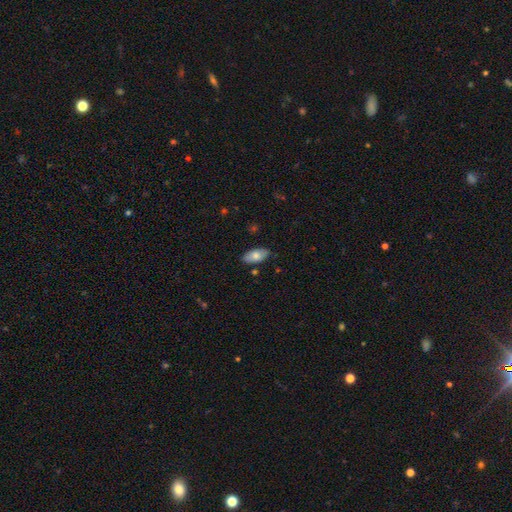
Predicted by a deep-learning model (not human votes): Overall: smooth (76%). How rounded: in between (92%). Merging: none (84%).